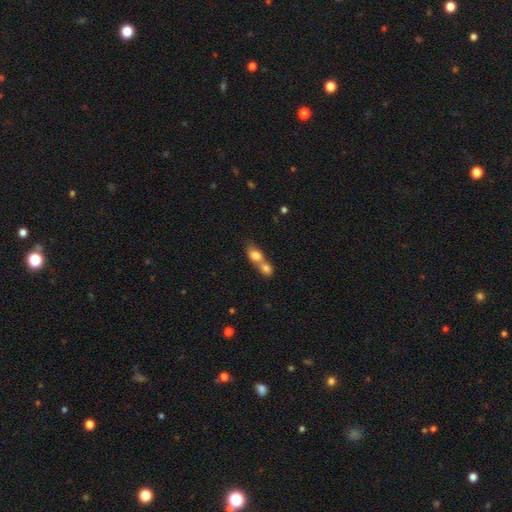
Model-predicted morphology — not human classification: Q: Smooth or featured?
A: smooth (77%); runner-up: featured or disk (15%)
Q: How rounded?
A: in between (59%); runner-up: round (36%)
Q: Merging?
A: merger (78%); runner-up: none (15%)